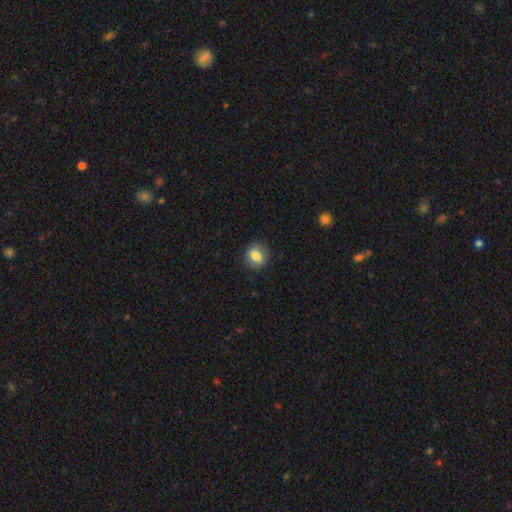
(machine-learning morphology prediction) Q: Smooth or featured?
A: smooth (76%); runner-up: featured or disk (16%)
Q: How rounded?
A: round (60%); runner-up: in between (39%)
Q: Merging?
A: none (81%); runner-up: minor disturbance (14%)